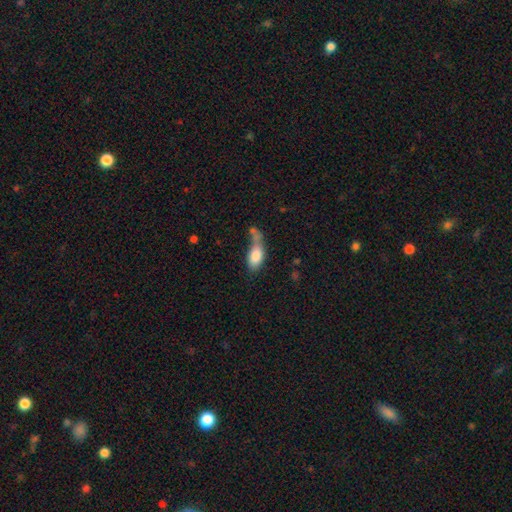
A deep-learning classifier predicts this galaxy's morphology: smooth-or-featured: smooth: 81% | featured or disk: 12% | star or artifact: 7%
  how-rounded: in between: 88% | cigar-shaped: 7% | round: 5%
  merging: merger: 35% | none: 27% | minor disturbance: 20% | major disturbance: 18%